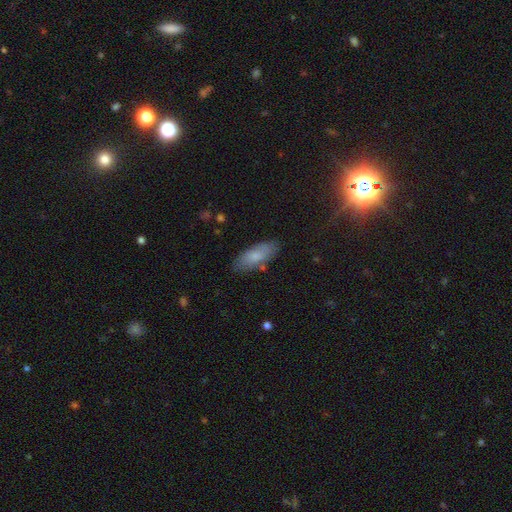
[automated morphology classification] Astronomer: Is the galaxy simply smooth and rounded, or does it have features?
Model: smooth — 77%.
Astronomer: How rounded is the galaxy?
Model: in between — 74%.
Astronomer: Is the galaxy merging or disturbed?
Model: none — 80%.